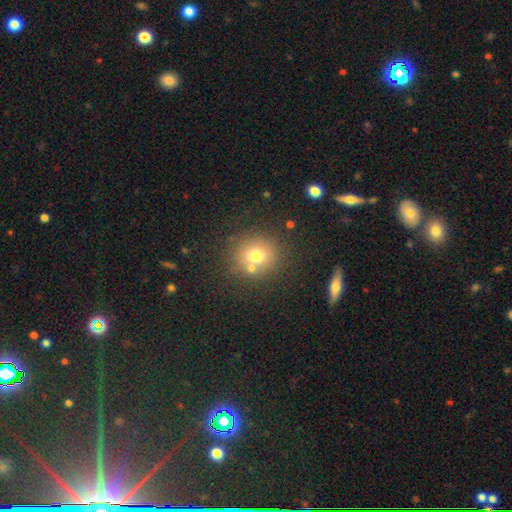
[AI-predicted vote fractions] Smooth or featured: smooth — 71% (star or artifact — 15%)
How rounded: round — 83% (in between — 16%)
Merging: none — 70% (merger — 16%)